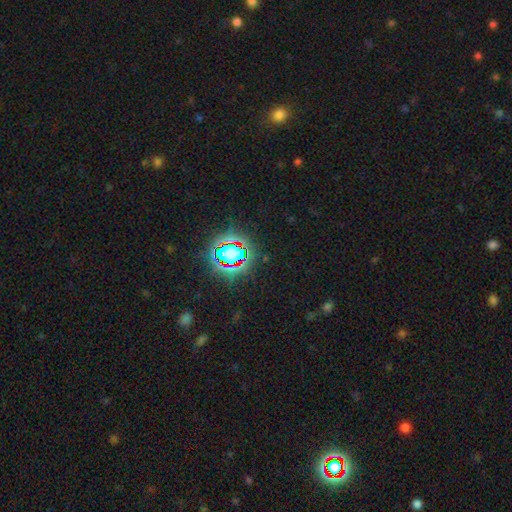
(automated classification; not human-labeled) Smooth or featured: star or artifact — 79% (smooth — 14%)